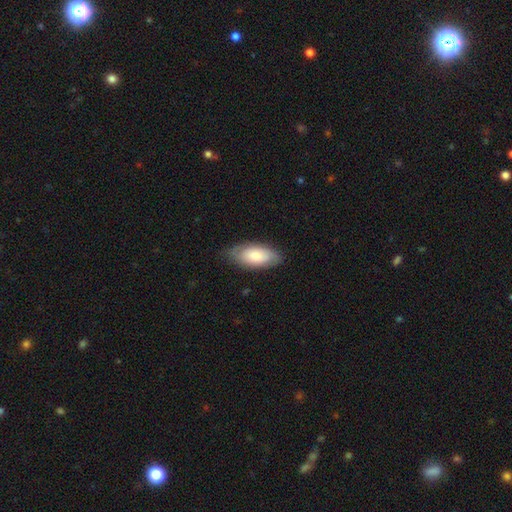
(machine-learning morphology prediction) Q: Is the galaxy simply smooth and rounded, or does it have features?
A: smooth — 73%.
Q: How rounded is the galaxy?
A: in between — 91%.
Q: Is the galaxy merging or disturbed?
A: none — 75%.